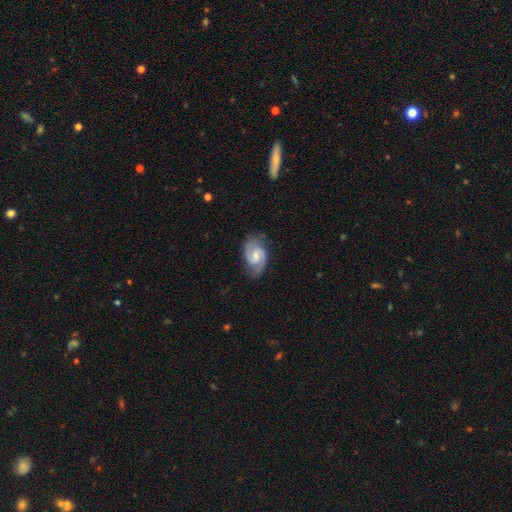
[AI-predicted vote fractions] Overall: featured or disk (84%). Edge-on disk: no (98%). Bar: weak (58%; no 30%). Spiral arms: yes (97%). Spiral arm count: 2 (91%). Spiral winding: medium (52%; tight 34%). Bulge size: small (42%; moderate 41%). Merging: none (78%).